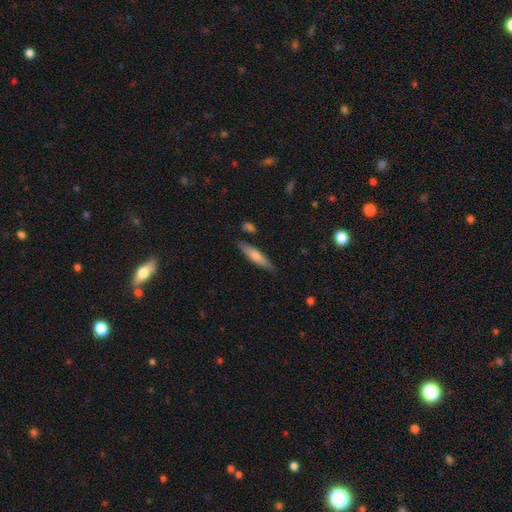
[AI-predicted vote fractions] Smooth or featured? Predicted: smooth (p=0.63). How rounded? Predicted: cigar-shaped (p=0.81). Merging? Predicted: none (p=0.81).